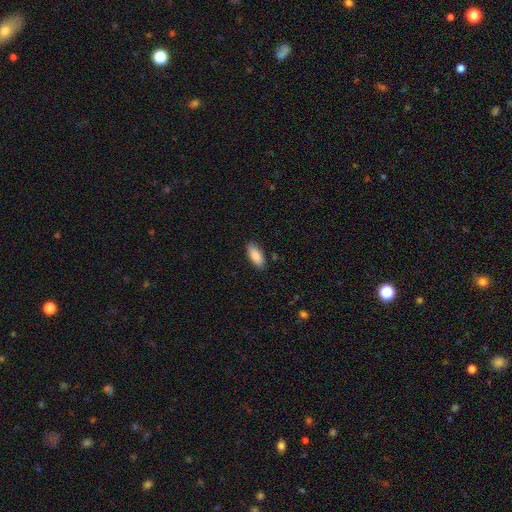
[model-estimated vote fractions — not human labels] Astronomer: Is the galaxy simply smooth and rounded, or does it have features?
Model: smooth — 88%.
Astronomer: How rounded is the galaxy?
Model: in between — 79%.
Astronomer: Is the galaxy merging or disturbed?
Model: none — 86%.